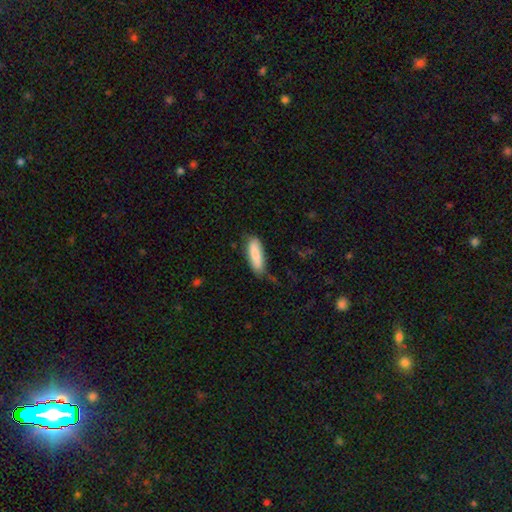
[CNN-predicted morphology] A smooth galaxy with no disk features (83%) that is cigar-shaped (50%).

Vote fractions:
- Smooth or featured? smooth: 83% / featured or disk: 11% / star or artifact: 5%
- How rounded? cigar-shaped: 50% / in between: 49% / round: 2%
- Merging? none: 71% / minor disturbance: 23% / major disturbance: 4% / merger: 2%